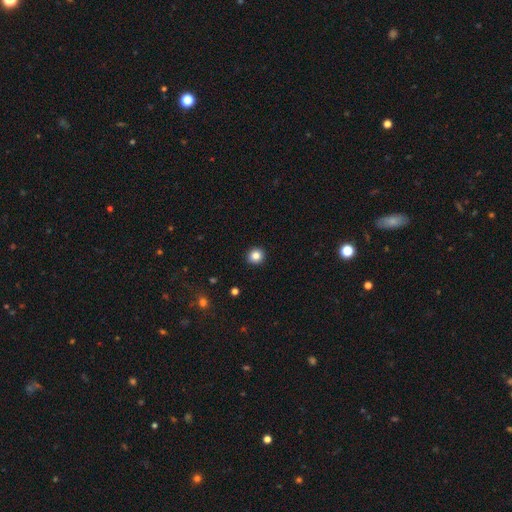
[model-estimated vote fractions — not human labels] Smooth or featured?
  - smooth: 84% *
  - star or artifact: 11%
  - featured or disk: 5%
How rounded?
  - round: 91% *
  - in between: 8%
  - cigar-shaped: 1%
Merging?
  - none: 93% *
  - minor disturbance: 4%
  - major disturbance: 2%
  - merger: 1%